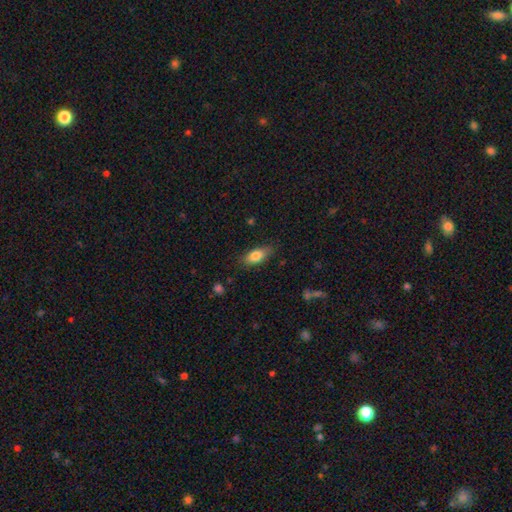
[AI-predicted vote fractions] A smooth galaxy with no disk features (81%) that is in between round and cigar-shaped (82%). Merging: none (80%).